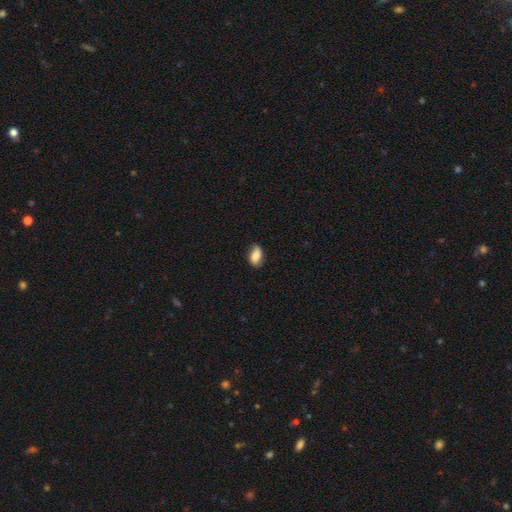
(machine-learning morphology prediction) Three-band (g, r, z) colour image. It shows a smooth galaxy with no disk features (83%) that is in between round and cigar-shaped (89%). Merging: none (69%).